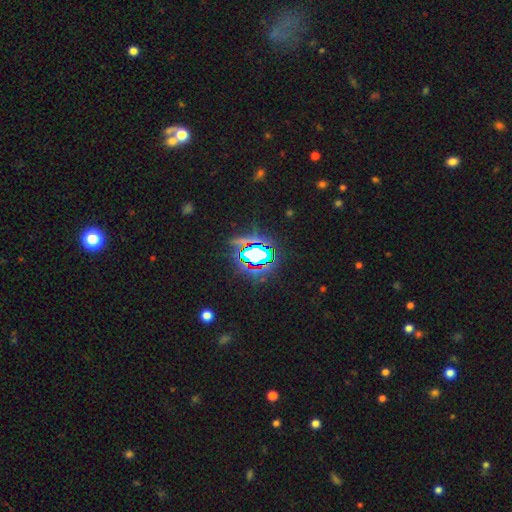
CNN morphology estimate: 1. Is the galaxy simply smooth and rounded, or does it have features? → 69% star or artifact, 17% smooth, 14% featured or disk.